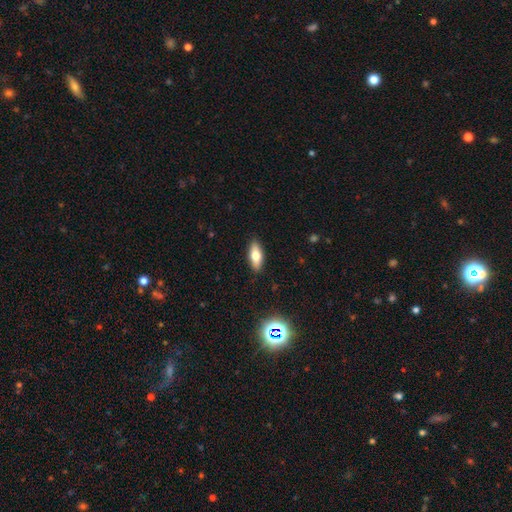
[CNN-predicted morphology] Smooth or featured?
  - smooth: 68% *
  - featured or disk: 24%
  - star or artifact: 7%
How rounded?
  - in between: 72% *
  - cigar-shaped: 25%
  - round: 3%
Merging?
  - none: 89% *
  - minor disturbance: 8%
  - major disturbance: 2%
  - merger: 1%